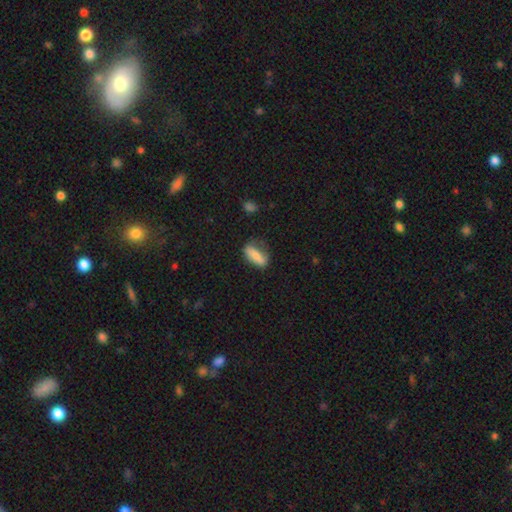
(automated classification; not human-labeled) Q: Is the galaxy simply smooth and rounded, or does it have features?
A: smooth — 78%.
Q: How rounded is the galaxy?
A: in between — 71%.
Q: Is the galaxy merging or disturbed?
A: none — 56%.